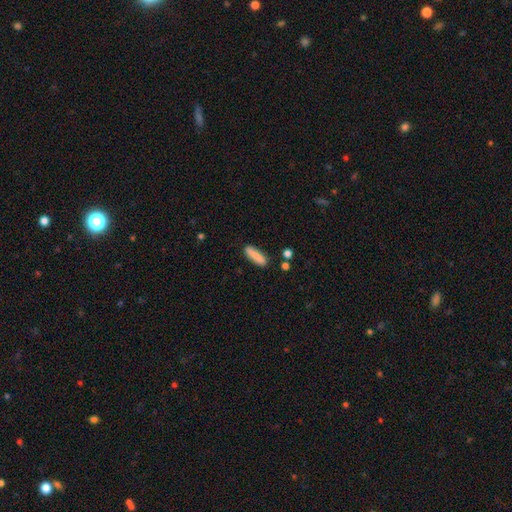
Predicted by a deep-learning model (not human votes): The model was most divided on "how rounded": cigar-shaped: 63%, in between: 35%, round: 2%. More confident: smooth or featured — smooth (85%); merging — none (83%).